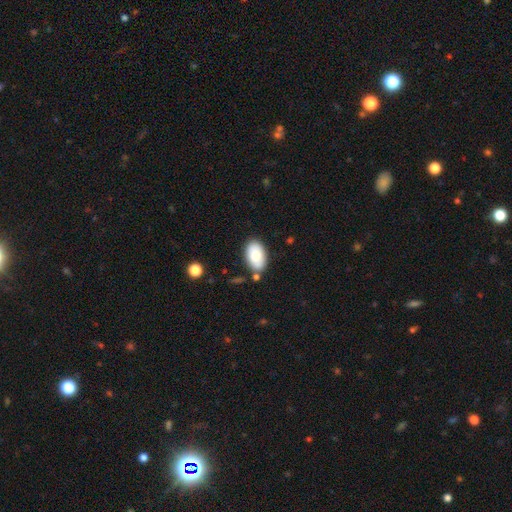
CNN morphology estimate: Q: Smooth or featured?
A: smooth (71%); runner-up: featured or disk (22%)
Q: How rounded?
A: in between (92%); runner-up: round (7%)
Q: Merging?
A: none (77%); runner-up: minor disturbance (13%)